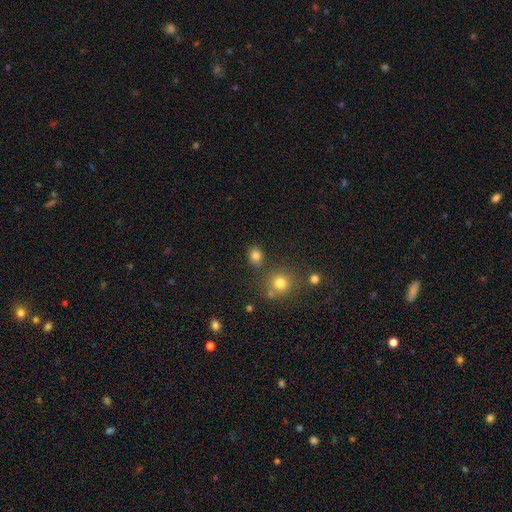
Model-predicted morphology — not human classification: A smooth galaxy with no disk features (80%) that is round (74%).

Vote fractions:
- Smooth or featured? smooth: 80% / star or artifact: 14% / featured or disk: 6%
- How rounded? round: 74% / in between: 25% / cigar-shaped: 1%
- Merging? none: 81% / minor disturbance: 9% / merger: 7% / major disturbance: 3%